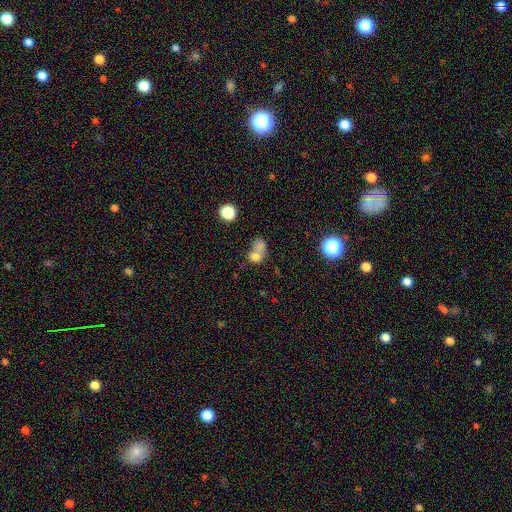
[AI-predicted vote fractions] Smooth or featured: smooth — 70% (featured or disk — 16%)
How rounded: round — 55% (in between — 43%)
Merging: merger — 65% (none — 22%)